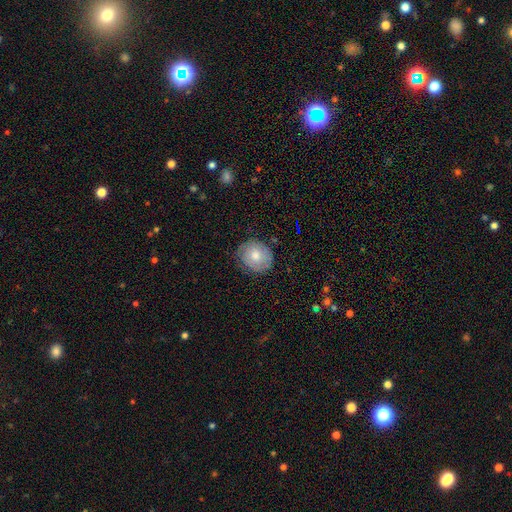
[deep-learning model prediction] Smooth or featured? Predicted: smooth (p=0.61). How rounded? Predicted: round (p=0.77). Merging? Predicted: none (p=0.77).